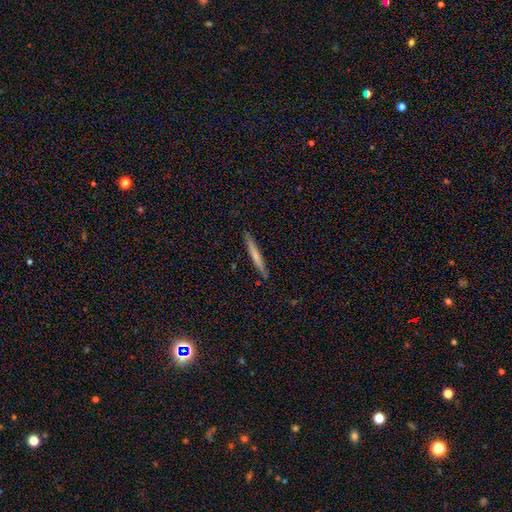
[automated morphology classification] Smooth or featured? Predicted: smooth (p=0.58). How rounded? Predicted: cigar-shaped (p=0.96). Merging? Predicted: none (p=0.89).